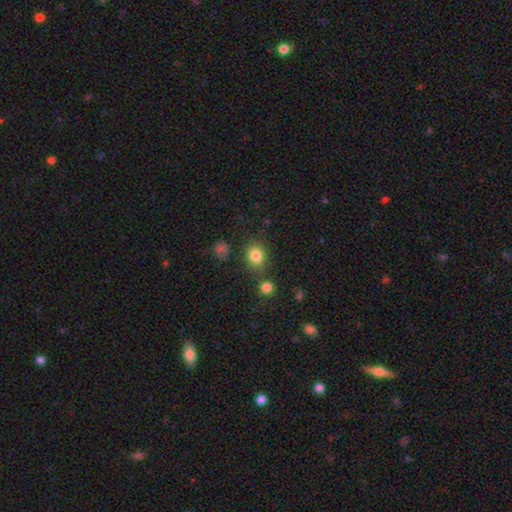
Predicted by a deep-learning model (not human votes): Q: Smooth or featured?
A: smooth (82%); runner-up: star or artifact (12%)
Q: How rounded?
A: round (64%); runner-up: in between (35%)
Q: Merging?
A: none (74%); runner-up: minor disturbance (13%)